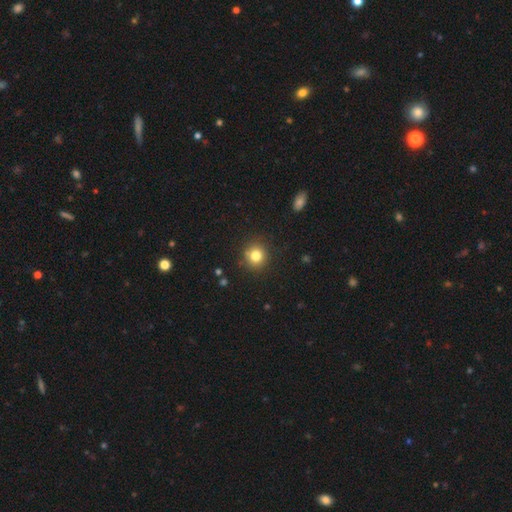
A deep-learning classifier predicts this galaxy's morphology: Smooth or featured: smooth — 80% (star or artifact — 13%)
How rounded: round — 89% (in between — 10%)
Merging: none — 87% (minor disturbance — 8%)